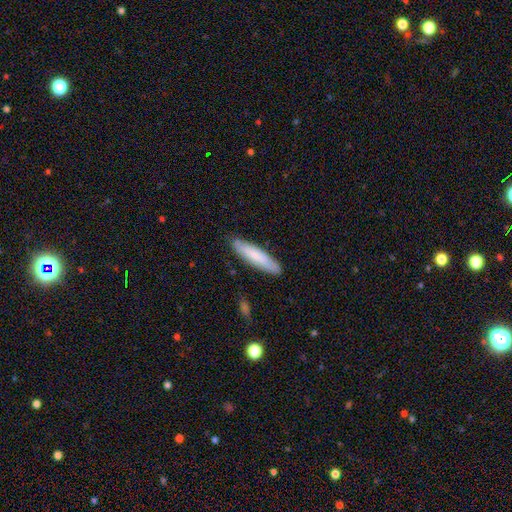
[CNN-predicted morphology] Smooth or featured: smooth — 75% (featured or disk — 19%)
How rounded: cigar-shaped — 81% (in between — 18%)
Merging: none — 86% (minor disturbance — 11%)